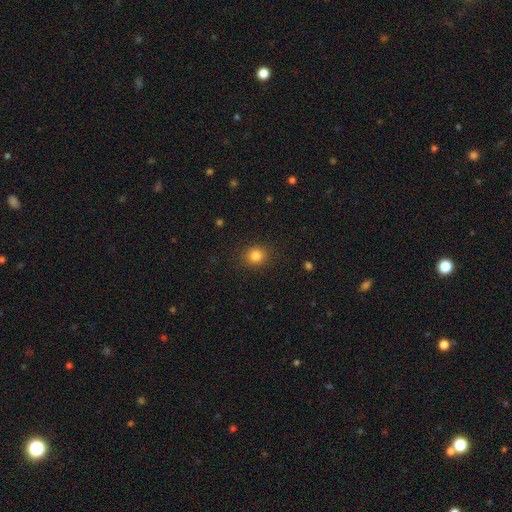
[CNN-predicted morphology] smooth_or_featured: smooth (p=0.83) [alt: star or artifact p=0.12]
how_rounded: round (p=0.82) [alt: in between p=0.17]
merging: none (p=0.89) [alt: minor disturbance p=0.08]